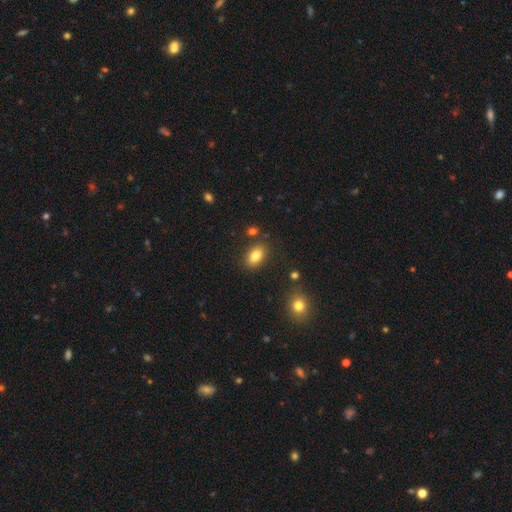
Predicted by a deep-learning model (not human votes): Q: Smooth or featured?
A: smooth (82%); runner-up: star or artifact (9%)
Q: How rounded?
A: in between (86%); runner-up: round (12%)
Q: Merging?
A: none (82%); runner-up: minor disturbance (11%)